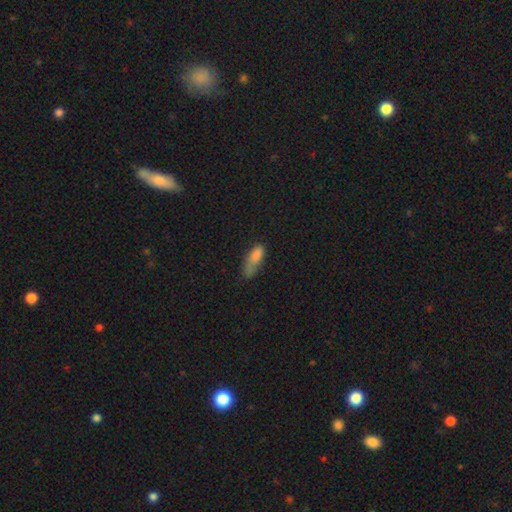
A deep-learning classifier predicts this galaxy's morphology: The model was most divided on "merging": minor disturbance: 36%, none: 34%, major disturbance: 23%, merger: 7%. More confident: smooth or featured — smooth (77%); how rounded — in between (63%).